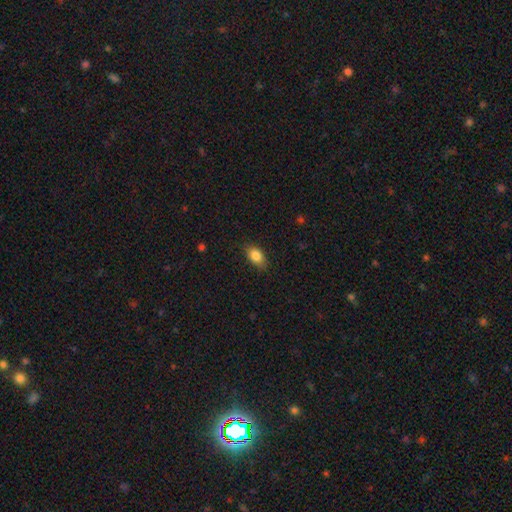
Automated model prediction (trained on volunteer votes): smooth 85%, star or artifact 8%, featured or disk 7%. Down the decision tree: how rounded — in between (87%); merging — none (83%).